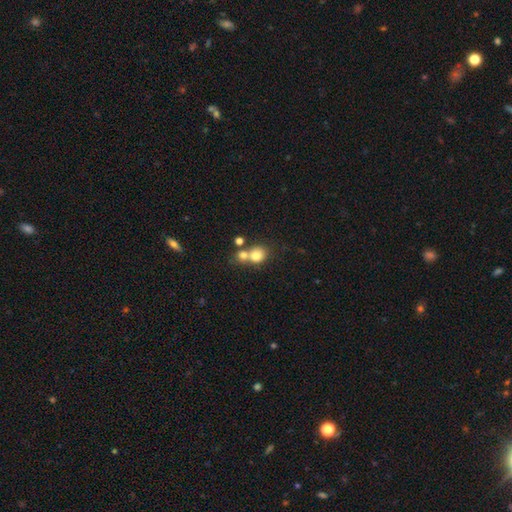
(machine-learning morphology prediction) Q: Smooth or featured?
A: smooth (76%); runner-up: featured or disk (12%)
Q: How rounded?
A: round (77%); runner-up: in between (22%)
Q: Merging?
A: merger (50%); runner-up: none (39%)